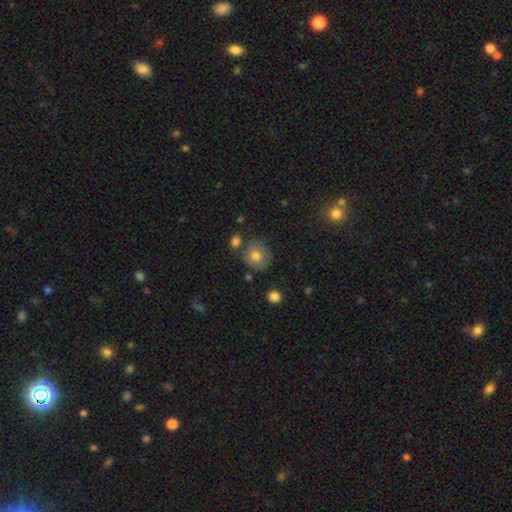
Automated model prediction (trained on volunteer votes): smooth 74%, featured or disk 17%, star or artifact 9%. Down the decision tree: how rounded — round (86%); merging — none (67%).